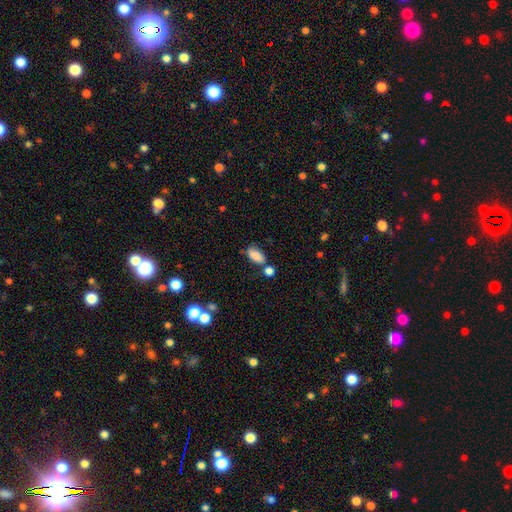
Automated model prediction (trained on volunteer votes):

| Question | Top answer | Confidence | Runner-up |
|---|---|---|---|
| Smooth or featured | smooth | 84% | star or artifact (8%) |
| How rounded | in between | 90% | cigar-shaped (5%) |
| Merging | none | 59% | minor disturbance (19%) |